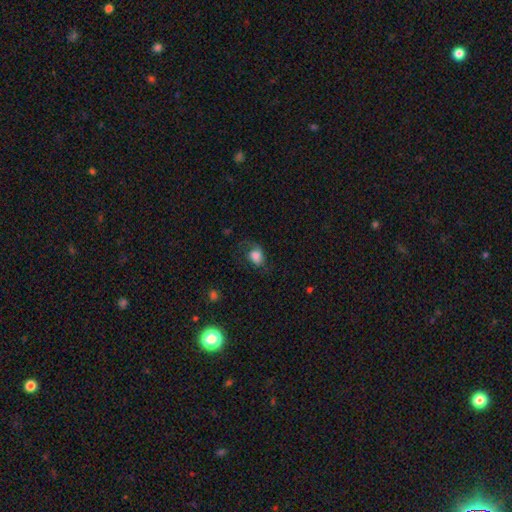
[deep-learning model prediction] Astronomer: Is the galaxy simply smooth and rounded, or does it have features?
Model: smooth — 69%.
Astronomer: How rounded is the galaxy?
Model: in between — 61% (runner-up: round, 38%).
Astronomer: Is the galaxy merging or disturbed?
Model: none — 49% (runner-up: minor disturbance, 26%).